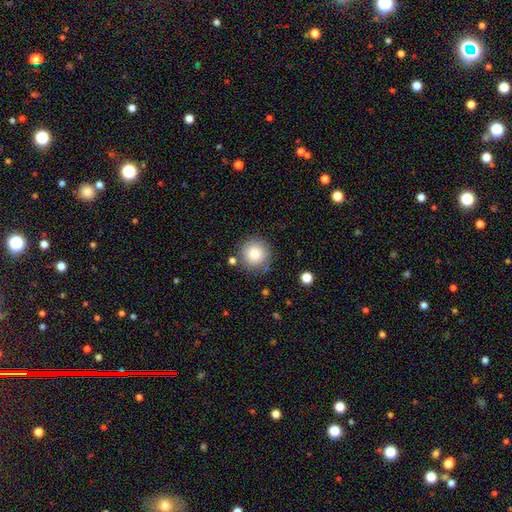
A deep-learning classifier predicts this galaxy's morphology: Q: Smooth or featured?
A: smooth (84%); runner-up: star or artifact (9%)
Q: How rounded?
A: round (95%); runner-up: in between (4%)
Q: Merging?
A: none (83%); runner-up: minor disturbance (10%)